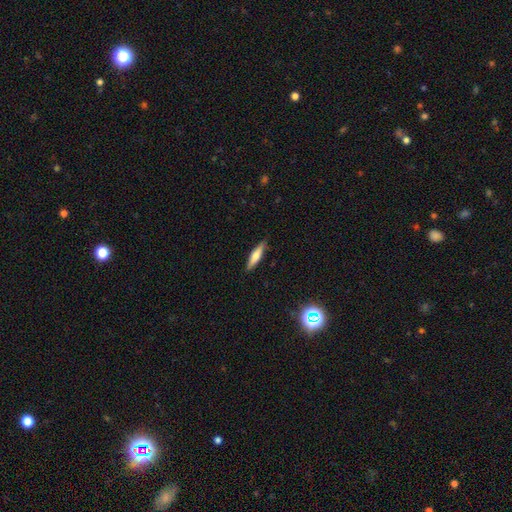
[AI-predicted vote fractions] Morphology: type=smooth (59%); roundness=cigar-shaped (79%); merging=none (87%).